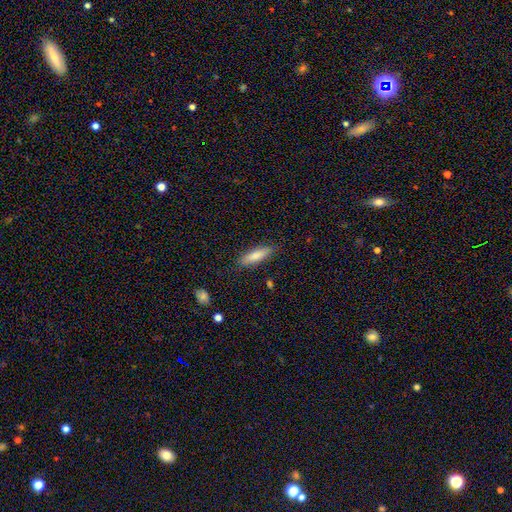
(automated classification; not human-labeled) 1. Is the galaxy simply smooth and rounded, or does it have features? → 79% smooth, 15% featured or disk, 6% star or artifact.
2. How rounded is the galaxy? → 66% cigar-shaped, 32% in between, 2% round.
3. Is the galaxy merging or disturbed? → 86% none, 11% minor disturbance, 2% major disturbance, 1% merger.